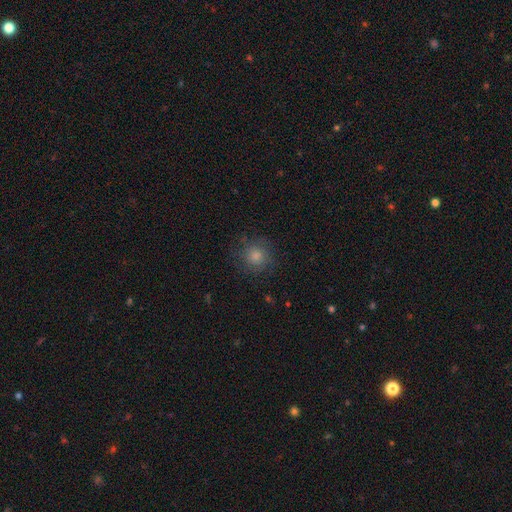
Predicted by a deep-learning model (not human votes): Morphology: type=smooth (64%); roundness=round (92%); merging=none (83%).